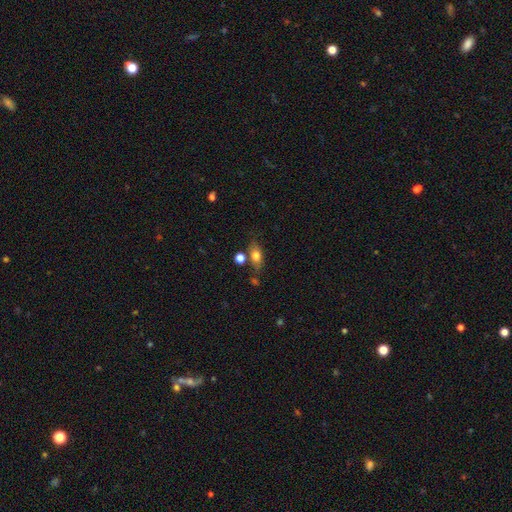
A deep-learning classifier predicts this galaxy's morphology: smooth_or_featured: smooth (p=0.73) [alt: featured or disk p=0.18]
how_rounded: in between (p=0.78) [alt: round p=0.13]
merging: none (p=0.68) [alt: minor disturbance p=0.17]